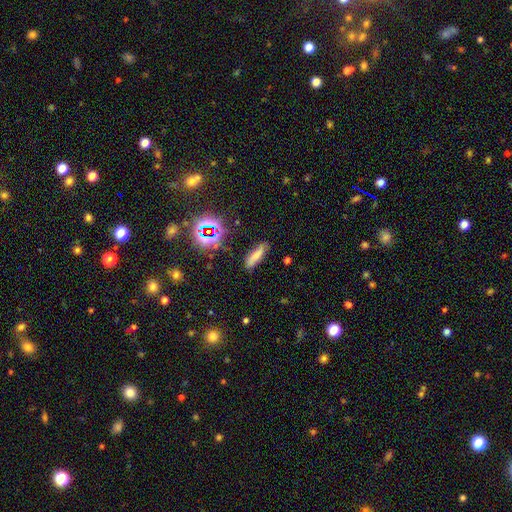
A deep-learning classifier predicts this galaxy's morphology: type=smooth (64%); roundness=cigar-shaped (58%); merging=none (73%).